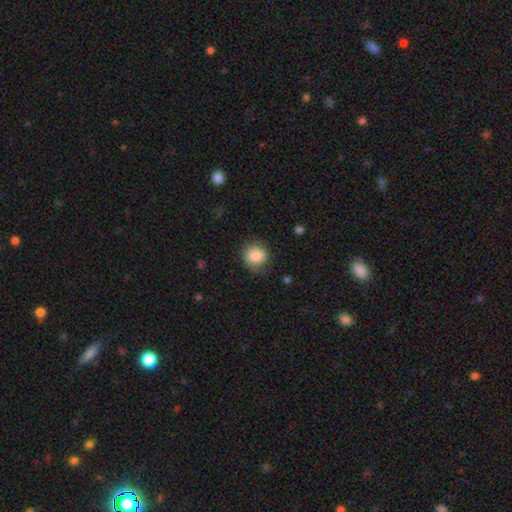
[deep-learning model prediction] Smooth or featured: smooth — 86% (star or artifact — 8%)
How rounded: round — 81% (in between — 18%)
Merging: none — 72% (minor disturbance — 20%)